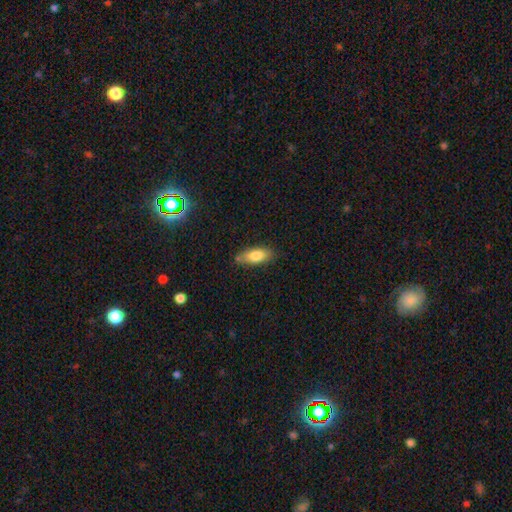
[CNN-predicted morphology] Smooth or featured? Predicted: smooth (p=0.80). How rounded? Predicted: in between (p=0.80). Merging? Predicted: none (p=0.74).